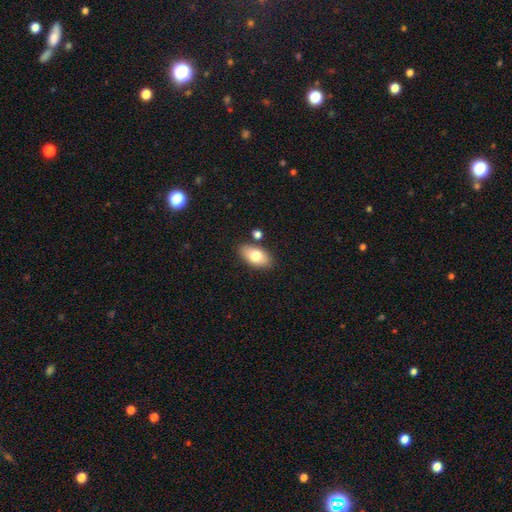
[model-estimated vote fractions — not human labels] Smooth or featured? Predicted: smooth (p=0.76). How rounded? Predicted: in between (p=0.92). Merging? Predicted: none (p=0.80).